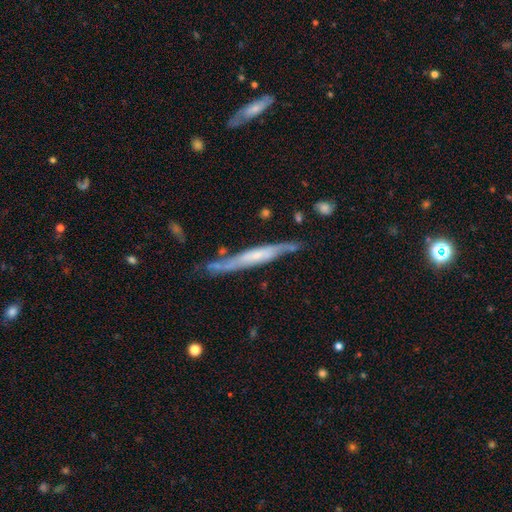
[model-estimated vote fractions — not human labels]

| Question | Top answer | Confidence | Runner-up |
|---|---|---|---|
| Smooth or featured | featured or disk | 67% | smooth (27%) |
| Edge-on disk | yes | 80% | no (20%) |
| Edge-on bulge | none | 53% | rounded (34%) |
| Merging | none | 67% | minor disturbance (23%) |